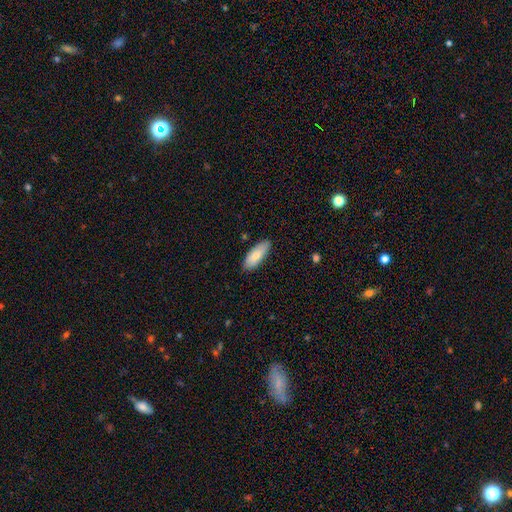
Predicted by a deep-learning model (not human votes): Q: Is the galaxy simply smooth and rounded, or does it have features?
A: smooth — 76%.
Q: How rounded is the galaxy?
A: in between — 75%.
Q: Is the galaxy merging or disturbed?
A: none — 84%.